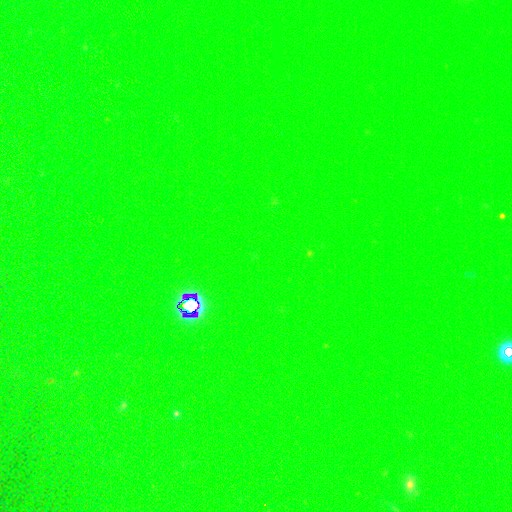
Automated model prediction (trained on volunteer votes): A star or artifact, not a galaxy (73%).

Vote fractions:
- Smooth or featured? star or artifact: 73% / smooth: 17% / featured or disk: 9%